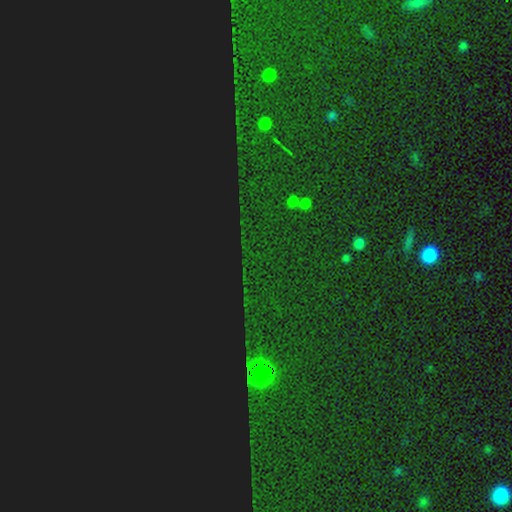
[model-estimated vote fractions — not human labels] Q: Smooth or featured?
A: star or artifact (85%); runner-up: smooth (8%)